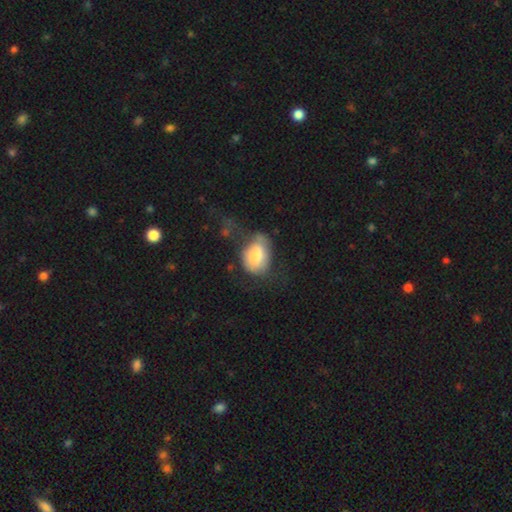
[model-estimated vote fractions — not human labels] smooth 74%, featured or disk 19%, star or artifact 7%. Down the decision tree: how rounded — in between (71%); merging — major disturbance (34%).